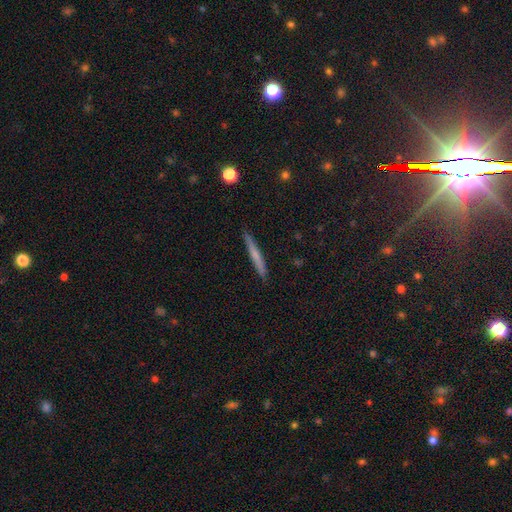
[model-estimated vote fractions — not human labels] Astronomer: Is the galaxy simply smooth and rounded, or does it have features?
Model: smooth — 56% (runner-up: featured or disk, 37%).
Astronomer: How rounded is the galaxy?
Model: cigar-shaped — 96%.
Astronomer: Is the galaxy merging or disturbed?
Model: none — 90%.